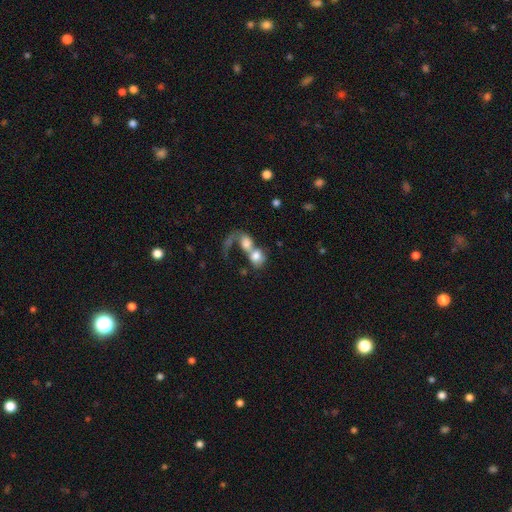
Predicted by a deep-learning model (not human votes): Smooth or featured: smooth — 62% (featured or disk — 29%)
How rounded: round — 53% (in between — 44%)
Merging: merger — 75% (major disturbance — 12%)